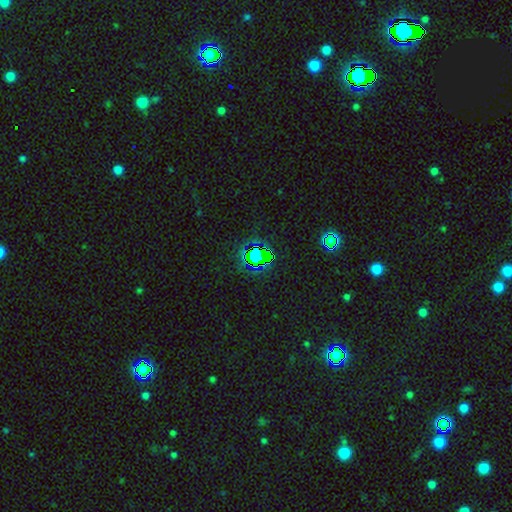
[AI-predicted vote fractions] The model was most divided on "smooth or featured": star or artifact: 70%, smooth: 19%, featured or disk: 11%.